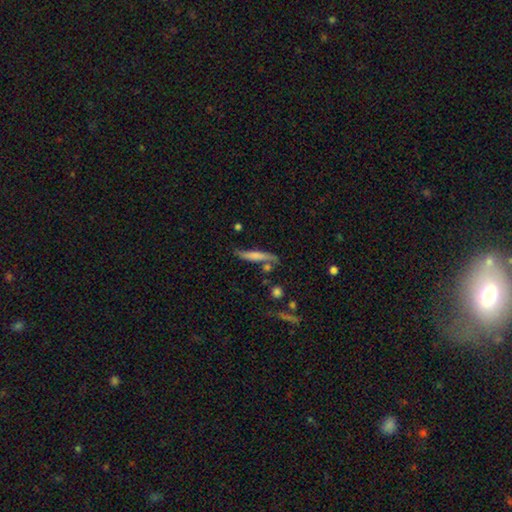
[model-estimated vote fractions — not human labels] smooth_or_featured: smooth (p=0.55) [alt: featured or disk p=0.38]
how_rounded: cigar-shaped (p=0.89) [alt: in between p=0.09]
merging: none (p=0.60) [alt: minor disturbance p=0.23]